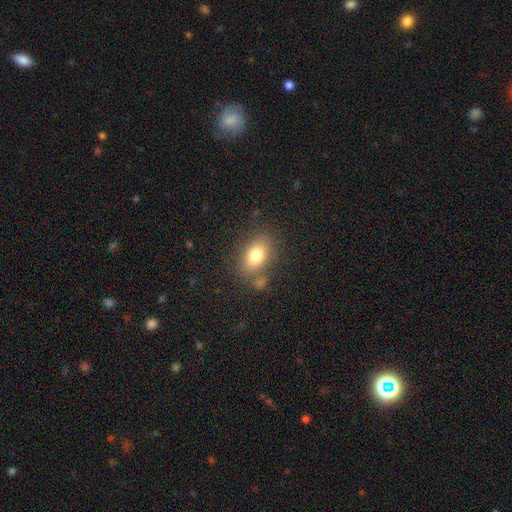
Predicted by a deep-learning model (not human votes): This appears to be a smooth galaxy with no disk features (79%) that is in between round and cigar-shaped (82%). Merging: none (72%).